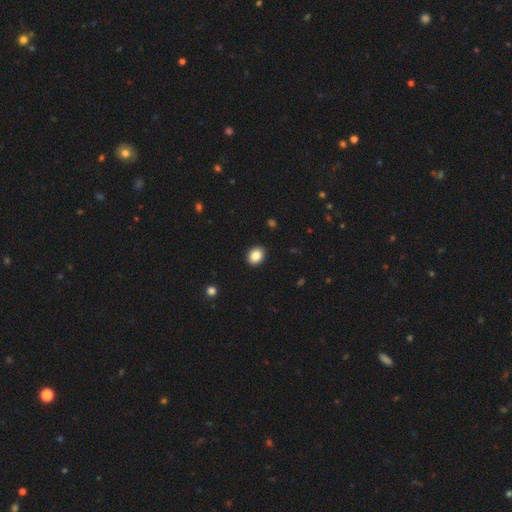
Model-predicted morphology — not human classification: Smooth or featured: smooth — 86% (star or artifact — 9%)
How rounded: round — 52% (in between — 47%)
Merging: none — 91% (minor disturbance — 6%)